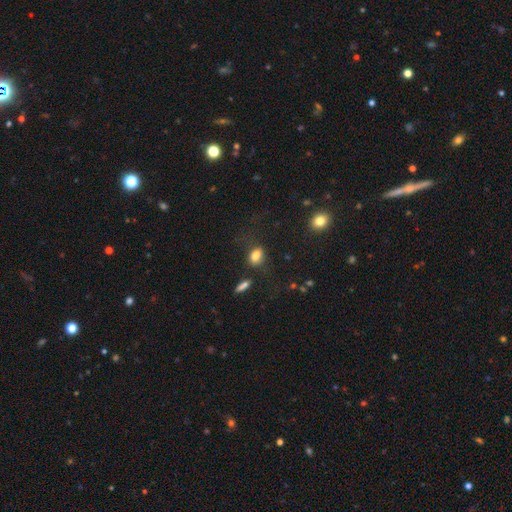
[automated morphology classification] A smooth galaxy with no disk features (81%) that is in between round and cigar-shaped (70%).

Vote fractions:
- Smooth or featured? smooth: 81% / star or artifact: 11% / featured or disk: 8%
- How rounded? in between: 70% / round: 27% / cigar-shaped: 2%
- Merging? none: 70% / minor disturbance: 17% / major disturbance: 9% / merger: 5%